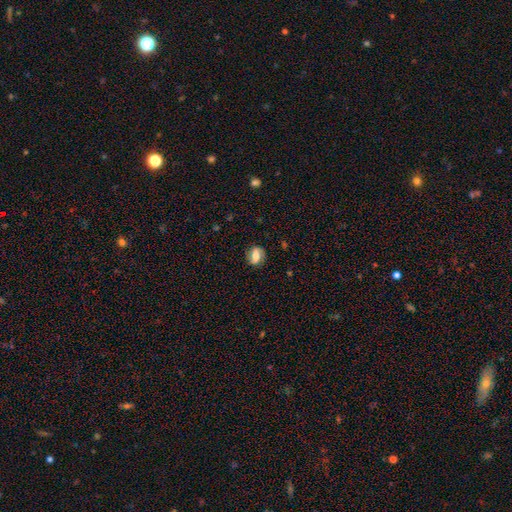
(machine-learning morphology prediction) Q: Smooth or featured?
A: featured or disk (51%); runner-up: smooth (41%)
Q: Edge-on disk?
A: no (94%); runner-up: yes (6%)
Q: Merging?
A: none (81%); runner-up: minor disturbance (13%)